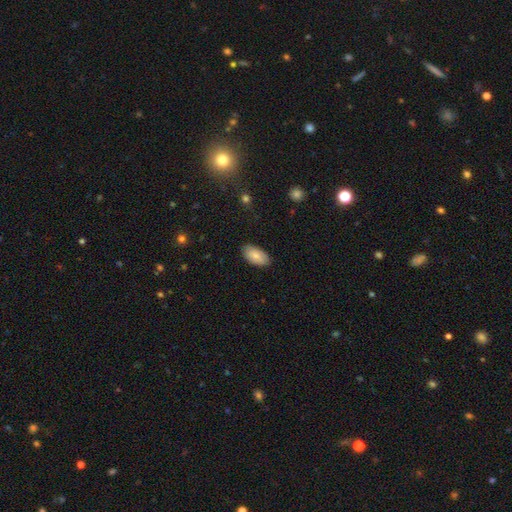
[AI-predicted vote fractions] Q: Smooth or featured?
A: smooth (83%); runner-up: featured or disk (10%)
Q: How rounded?
A: in between (95%); runner-up: round (3%)
Q: Merging?
A: none (86%); runner-up: minor disturbance (11%)